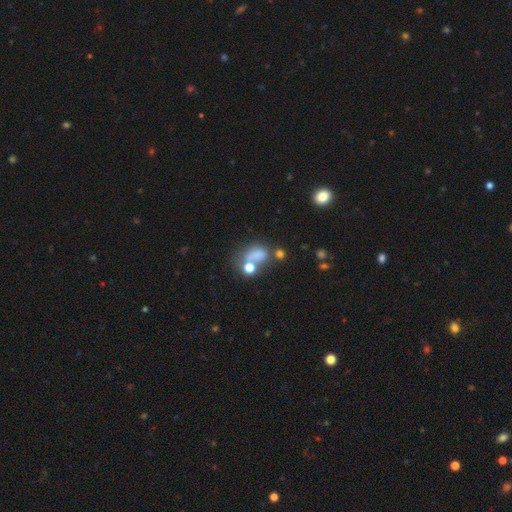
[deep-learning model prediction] Smooth or featured? Predicted: smooth (p=0.66). How rounded? Predicted: in between (p=0.65). Merging? Predicted: merger (p=0.34).